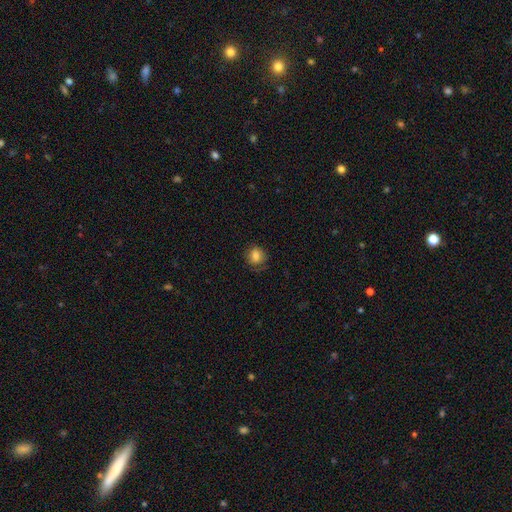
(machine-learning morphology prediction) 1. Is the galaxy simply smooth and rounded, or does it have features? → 82% smooth, 10% star or artifact, 7% featured or disk.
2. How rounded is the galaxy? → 75% round, 24% in between, 1% cigar-shaped.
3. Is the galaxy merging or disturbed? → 74% none, 18% minor disturbance, 6% major disturbance, 1% merger.